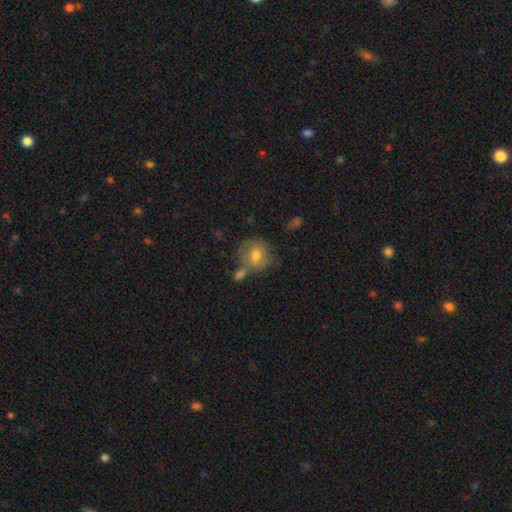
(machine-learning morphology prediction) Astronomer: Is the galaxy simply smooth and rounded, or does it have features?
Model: smooth — 70%.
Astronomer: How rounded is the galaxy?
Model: round — 78%.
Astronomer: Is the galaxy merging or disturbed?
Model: none — 47% (runner-up: merger, 26%).